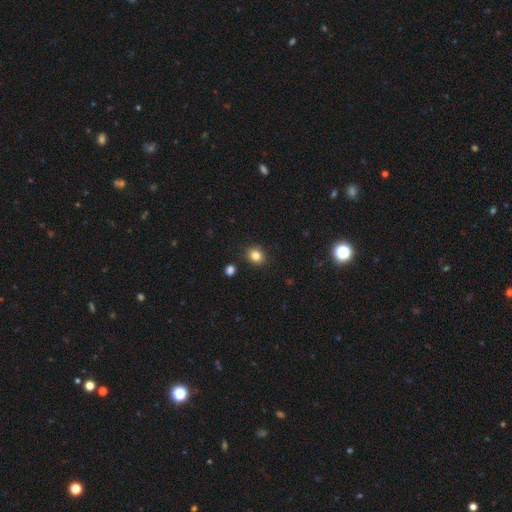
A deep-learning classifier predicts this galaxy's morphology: Q: Smooth or featured?
A: smooth (83%); runner-up: star or artifact (12%)
Q: How rounded?
A: round (74%); runner-up: in between (25%)
Q: Merging?
A: none (88%); runner-up: minor disturbance (7%)